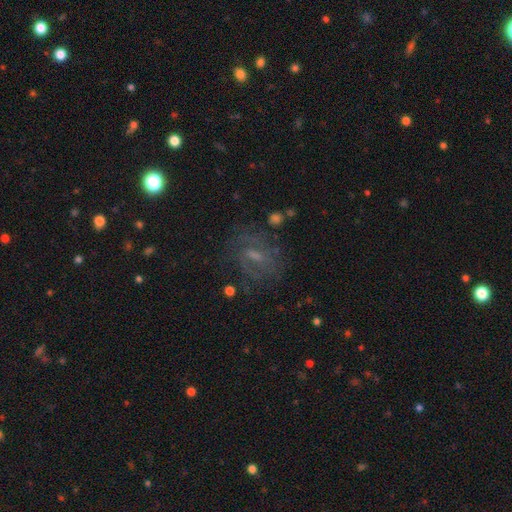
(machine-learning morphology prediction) Smooth or featured? Predicted: featured or disk (p=0.54). Edge-on disk? Predicted: no (p=0.94). Bar? Predicted: weak (p=0.51). Spiral arms? Predicted: yes (p=0.71). Bulge size? Predicted: small (p=0.42). Merging? Predicted: none (p=0.66).